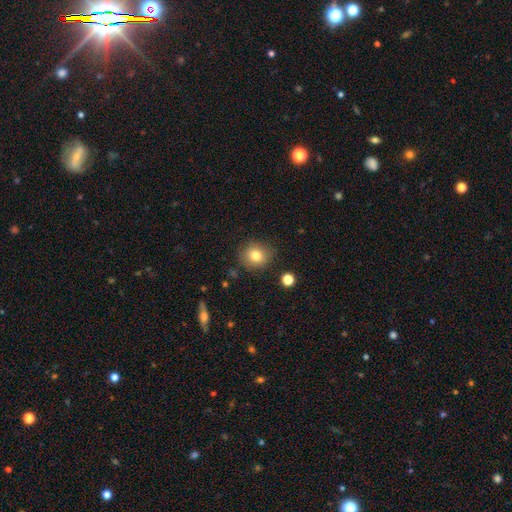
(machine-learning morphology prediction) Overall: smooth (80%). How rounded: round (82%). Merging: none (84%).